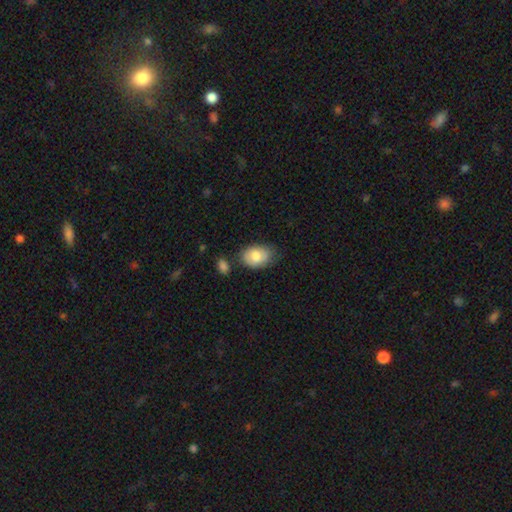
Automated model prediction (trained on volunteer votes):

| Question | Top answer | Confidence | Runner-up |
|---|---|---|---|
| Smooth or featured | smooth | 80% | featured or disk (14%) |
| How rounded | in between | 81% | round (18%) |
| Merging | none | 67% | minor disturbance (22%) |